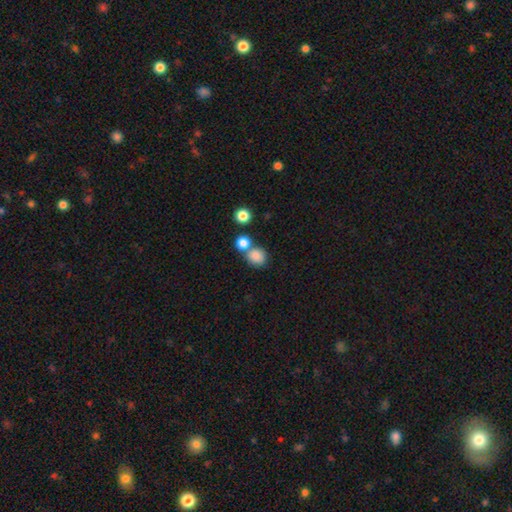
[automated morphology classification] A smooth galaxy with no disk features (84%) that is round (77%).

Vote fractions:
- Smooth or featured? smooth: 84% / star or artifact: 10% / featured or disk: 6%
- How rounded? round: 77% / in between: 22% / cigar-shaped: 1%
- Merging? none: 55% / merger: 32% / minor disturbance: 9% / major disturbance: 4%